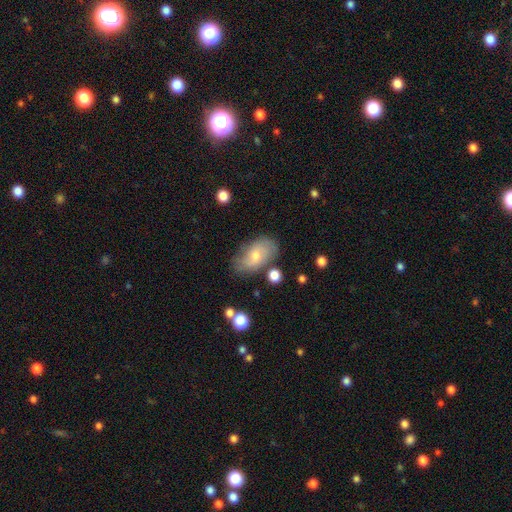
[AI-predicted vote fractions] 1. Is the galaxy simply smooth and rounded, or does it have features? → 52% smooth, 40% featured or disk, 9% star or artifact.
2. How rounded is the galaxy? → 90% in between, 7% round, 3% cigar-shaped.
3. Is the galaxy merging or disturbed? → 70% none, 20% minor disturbance, 6% major disturbance, 4% merger.